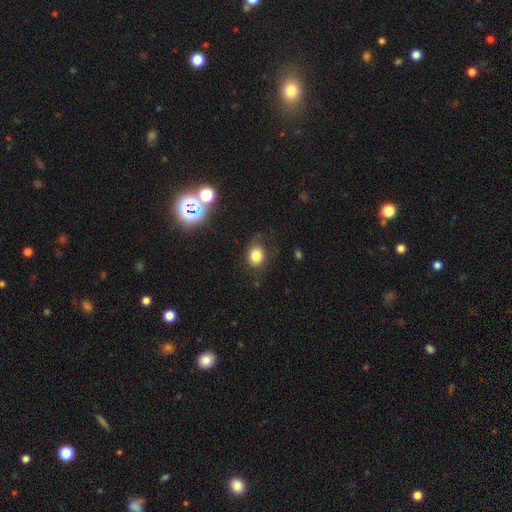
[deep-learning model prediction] smooth 79%, star or artifact 13%, featured or disk 8%. Down the decision tree: how rounded — round (57%); merging — none (69%).